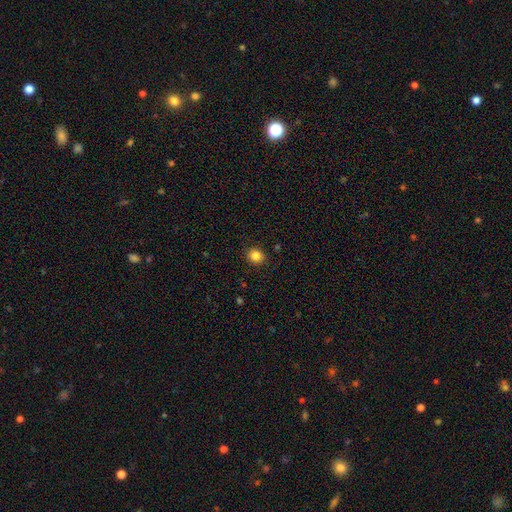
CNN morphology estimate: A smooth galaxy with no disk features (84%) that is round (80%). Merging: none (90%).